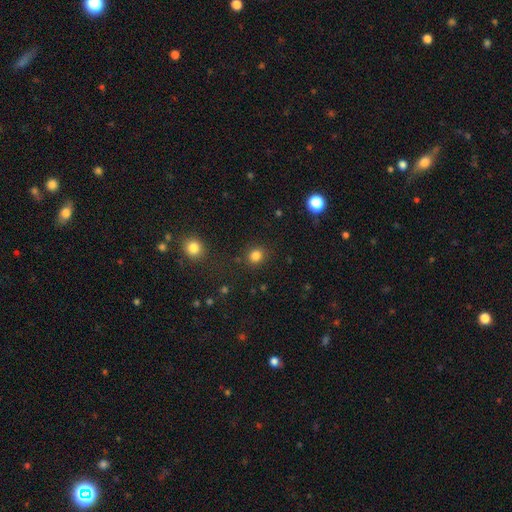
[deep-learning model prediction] smooth-or-featured: smooth: 83% | star or artifact: 13% | featured or disk: 4%
  how-rounded: round: 81% | in between: 18% | cigar-shaped: 1%
  merging: none: 86% | minor disturbance: 8% | major disturbance: 3% | merger: 3%